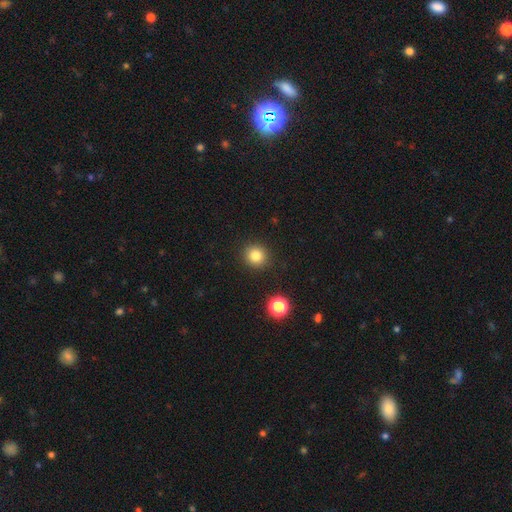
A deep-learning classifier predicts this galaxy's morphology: Smooth or featured?
  - smooth: 82% *
  - star or artifact: 12%
  - featured or disk: 6%
How rounded?
  - round: 91% *
  - in between: 8%
  - cigar-shaped: 1%
Merging?
  - none: 90% *
  - minor disturbance: 6%
  - major disturbance: 2%
  - merger: 2%